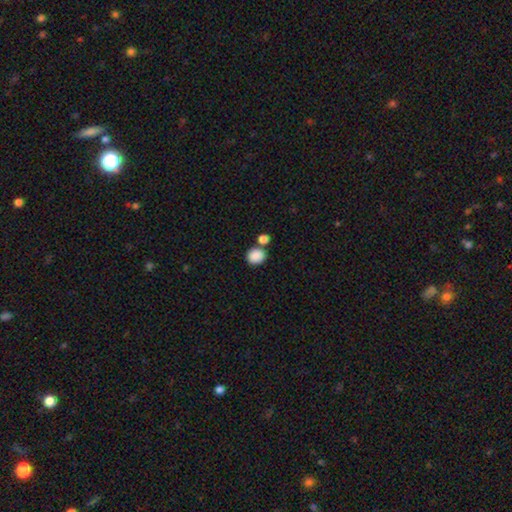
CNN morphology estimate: Smooth or featured?
  - smooth: 88% *
  - star or artifact: 9%
  - featured or disk: 4%
How rounded?
  - round: 68% *
  - in between: 31%
  - cigar-shaped: 1%
Merging?
  - none: 64% *
  - merger: 23%
  - minor disturbance: 10%
  - major disturbance: 3%